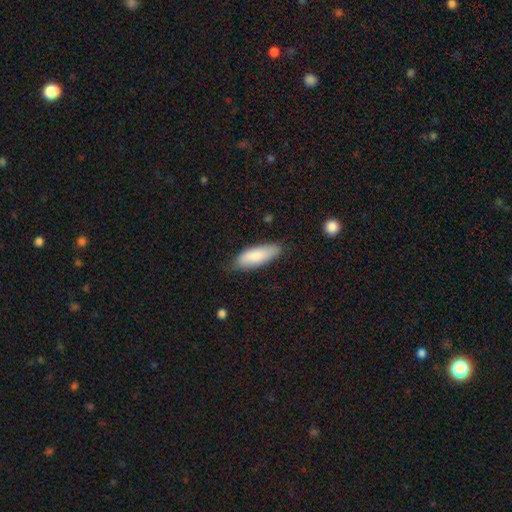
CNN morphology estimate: Smooth or featured? Predicted: smooth (p=0.84). How rounded? Predicted: in between (p=0.70). Merging? Predicted: none (p=0.76).